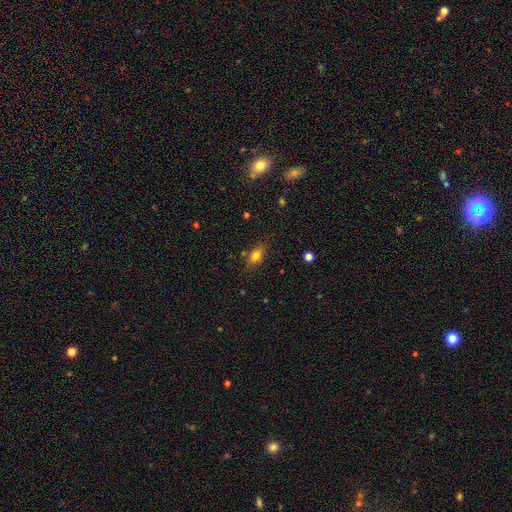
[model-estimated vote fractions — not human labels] This appears to be a smooth galaxy with no disk features (79%) that is in between round and cigar-shaped (78%). Merging: none (78%).